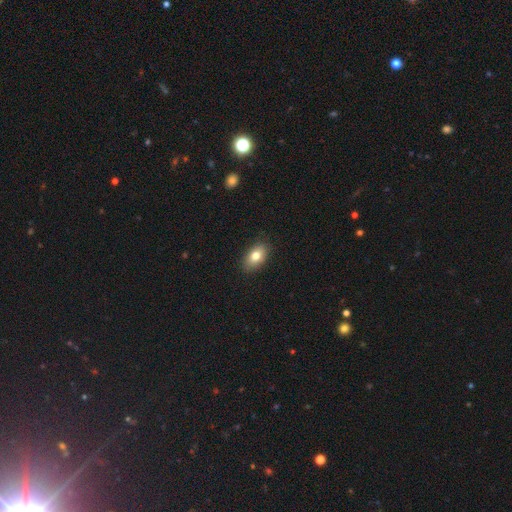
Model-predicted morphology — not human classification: Overall: smooth (79%). How rounded: in between (88%). Merging: none (86%).